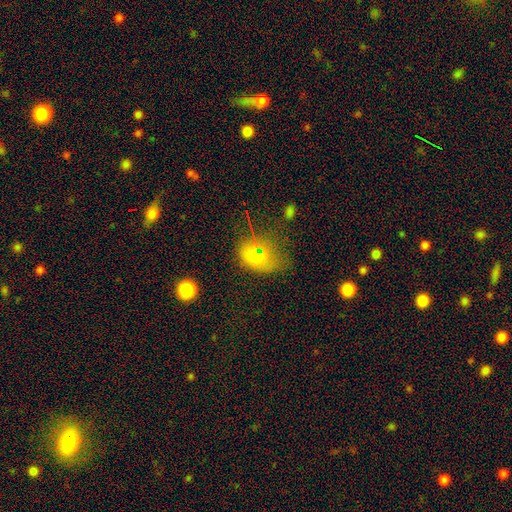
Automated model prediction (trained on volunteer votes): This is likely a smooth galaxy (66%). How rounded: possibly in between (59%). Merging: possibly none (56%).